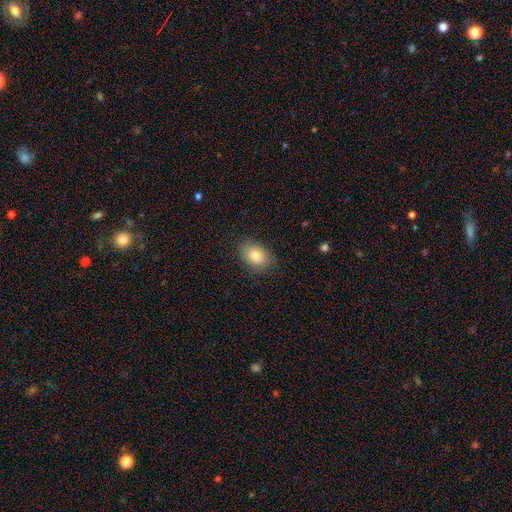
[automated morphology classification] smooth-or-featured: smooth: 81% | featured or disk: 11% | star or artifact: 8%
  how-rounded: in between: 79% | round: 20% | cigar-shaped: 1%
  merging: none: 82% | minor disturbance: 13% | major disturbance: 3% | merger: 1%